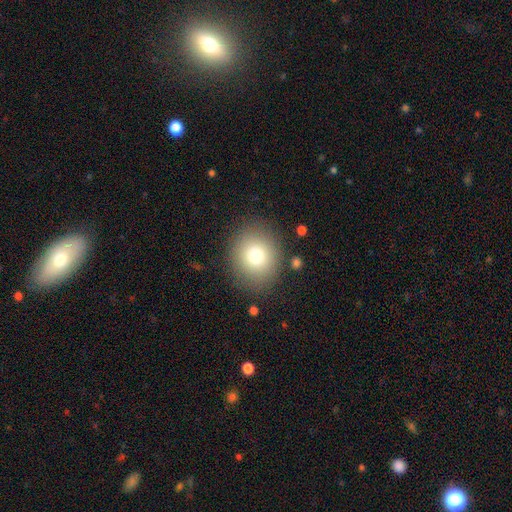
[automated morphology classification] type=smooth (76%); roundness=round (79%); merging=none (85%).